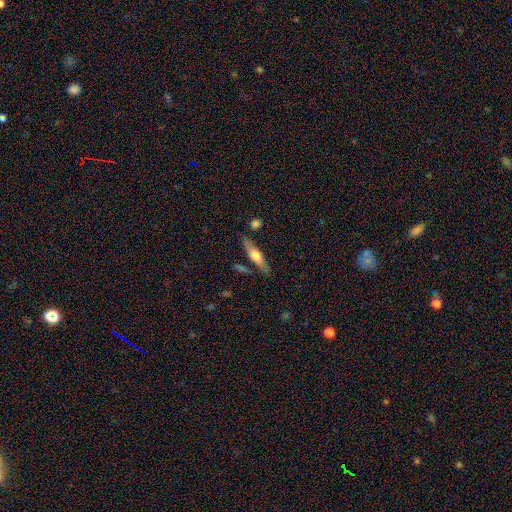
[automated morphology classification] A featured or disk galaxy (54%) viewed edge-on (93%).

Vote fractions:
- Smooth or featured? featured or disk: 54% / smooth: 40% / star or artifact: 6%
- Edge-on disk? yes: 93% / no: 7%
- Merging? none: 83% / minor disturbance: 11% / merger: 4% / major disturbance: 3%